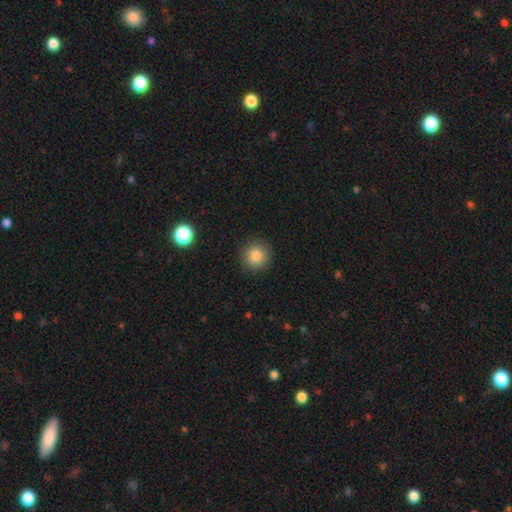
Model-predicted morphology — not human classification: The model was most divided on "smooth or featured": smooth: 85%, star or artifact: 10%, featured or disk: 5%. More confident: how rounded — round (94%); merging — none (90%).